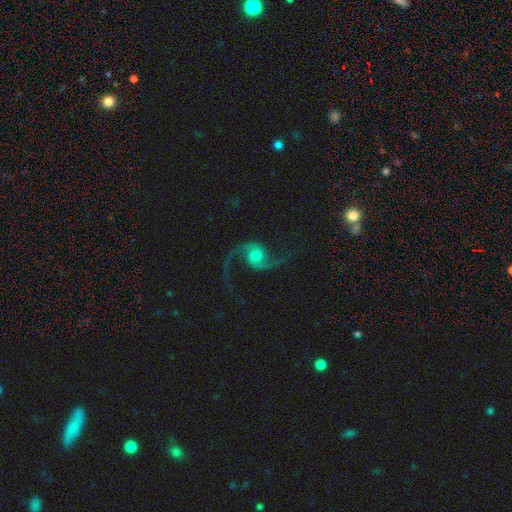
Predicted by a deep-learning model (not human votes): Q: Smooth or featured?
A: featured or disk (92%); runner-up: star or artifact (5%)
Q: Edge-on disk?
A: no (98%); runner-up: yes (2%)
Q: Bar?
A: no (68%); runner-up: weak (25%)
Q: Spiral arms?
A: yes (98%); runner-up: no (2%)
Q: Spiral winding?
A: loose (73%); runner-up: medium (23%)
Q: Spiral arm count?
A: 2 (95%); runner-up: 1 (1%)
Q: Bulge size?
A: moderate (49%); runner-up: small (23%)
Q: Merging?
A: none (78%); runner-up: minor disturbance (12%)